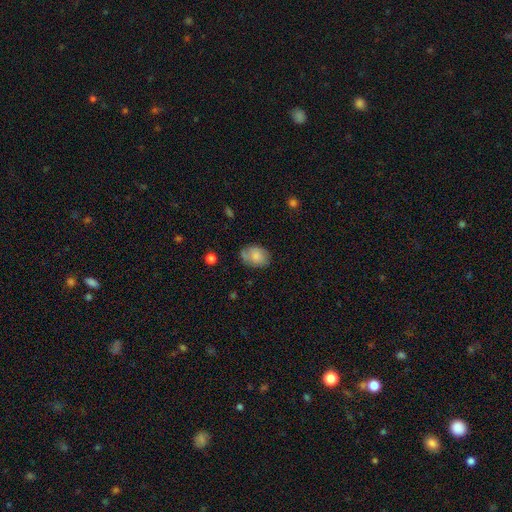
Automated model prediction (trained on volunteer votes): This is likely a smooth galaxy (77%). How rounded: likely in between (73%). Merging: likely none (63%).